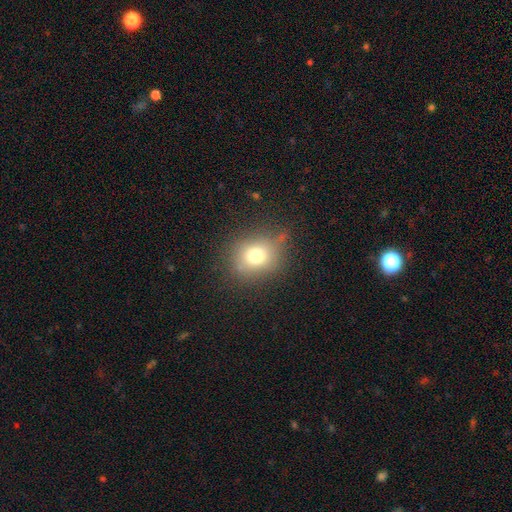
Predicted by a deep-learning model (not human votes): This appears to be a smooth galaxy with no disk features (72%) that is round (76%). Merging: none (72%).